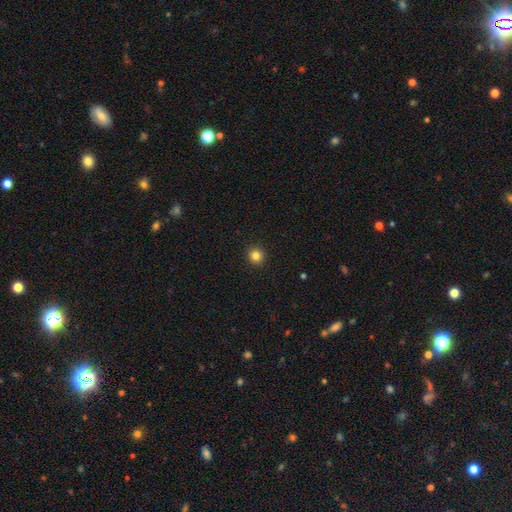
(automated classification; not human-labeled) Smooth or featured? smooth (83%)
How rounded? round (93%)
Merging? none (93%)